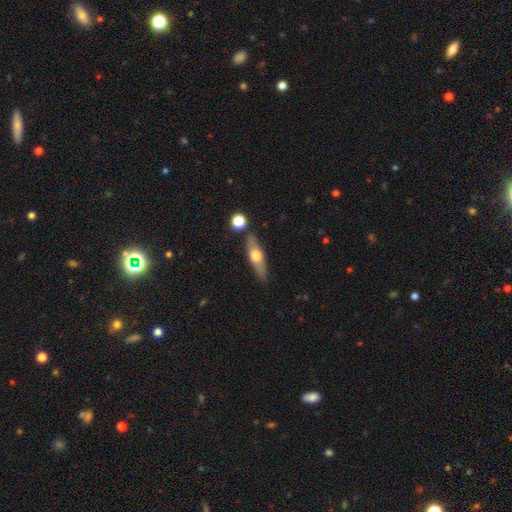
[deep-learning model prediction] Morphology: type=smooth (48%); merging=none (76%).